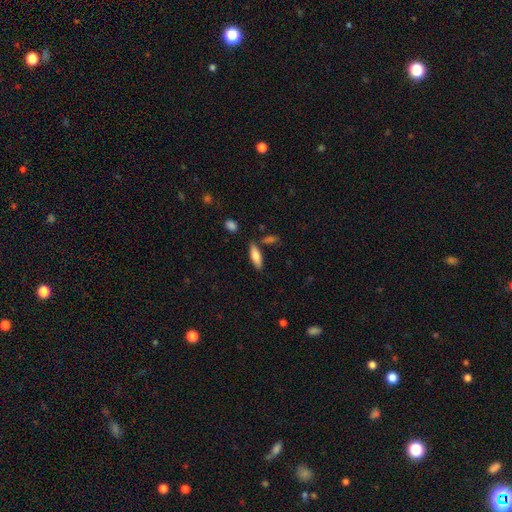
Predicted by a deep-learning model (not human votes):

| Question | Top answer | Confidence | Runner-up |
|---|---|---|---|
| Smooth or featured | smooth | 76% | featured or disk (18%) |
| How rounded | in between | 59% | cigar-shaped (39%) |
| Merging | none | 80% | minor disturbance (12%) |